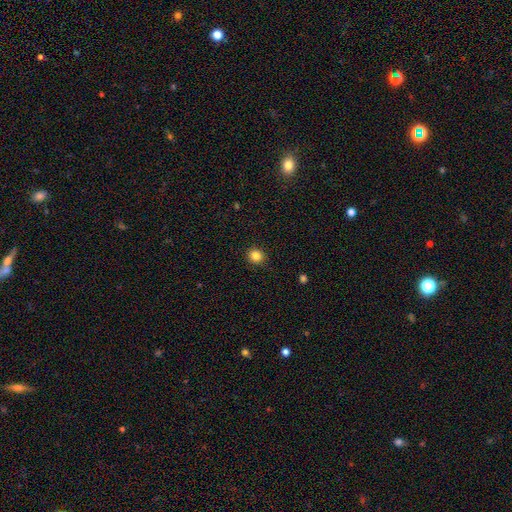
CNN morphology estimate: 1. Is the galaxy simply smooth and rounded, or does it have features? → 85% smooth, 11% star or artifact, 4% featured or disk.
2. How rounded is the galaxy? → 86% round, 13% in between, 1% cigar-shaped.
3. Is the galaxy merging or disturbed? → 91% none, 6% minor disturbance, 2% major disturbance, 1% merger.